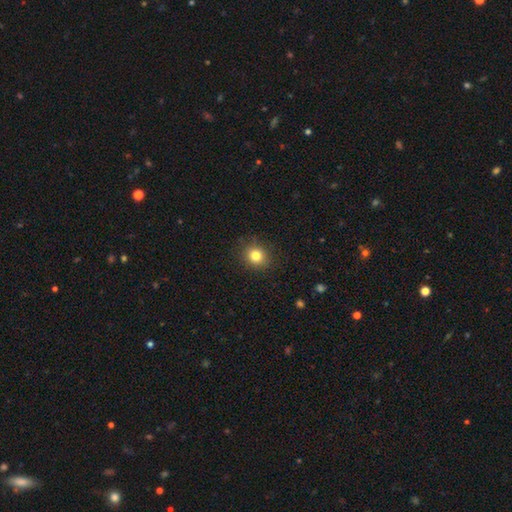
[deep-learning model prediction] This is clearly a smooth galaxy (81%). How rounded: clearly round (81%). Merging: clearly none (88%).